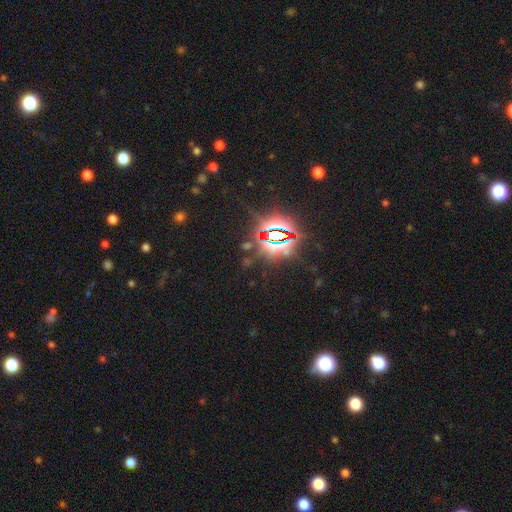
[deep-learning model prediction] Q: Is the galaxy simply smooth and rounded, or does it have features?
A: star or artifact — 83%.